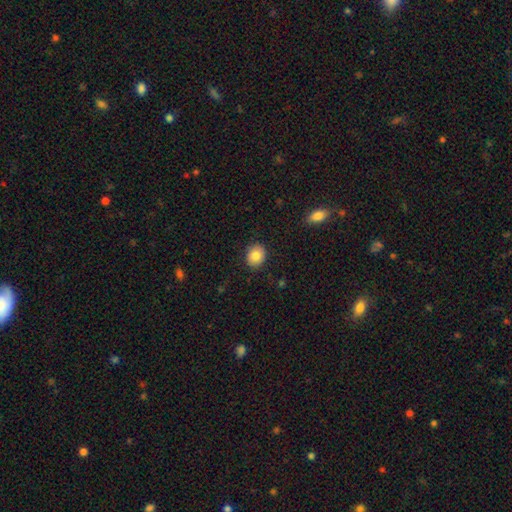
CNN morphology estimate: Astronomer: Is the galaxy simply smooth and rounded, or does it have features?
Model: smooth — 83%.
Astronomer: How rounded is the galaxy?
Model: round — 63%.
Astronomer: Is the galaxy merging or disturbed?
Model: none — 89%.